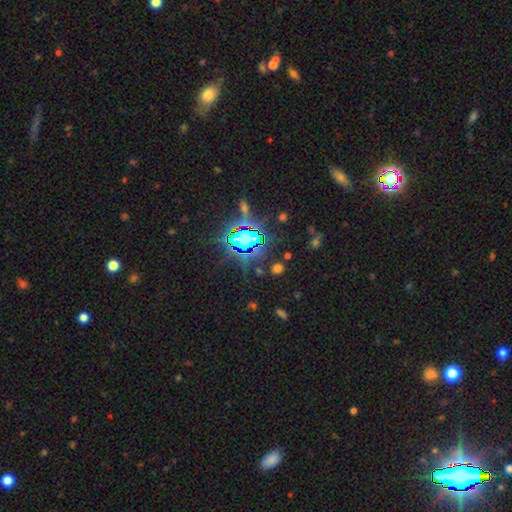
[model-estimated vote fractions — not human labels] A star or artifact, not a galaxy (81%).